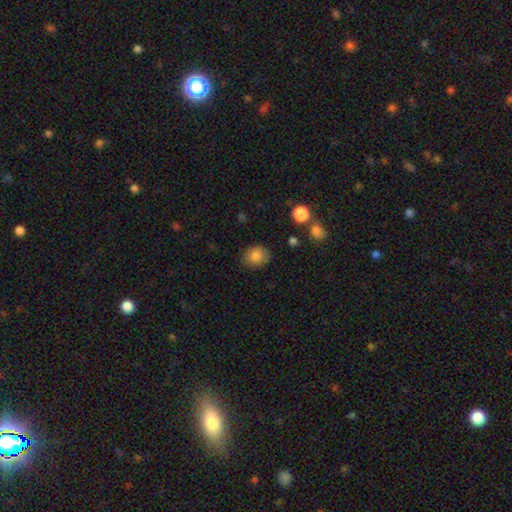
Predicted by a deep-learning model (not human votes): A smooth galaxy with no disk features (84%) that is round (63%). Merging: none (80%).